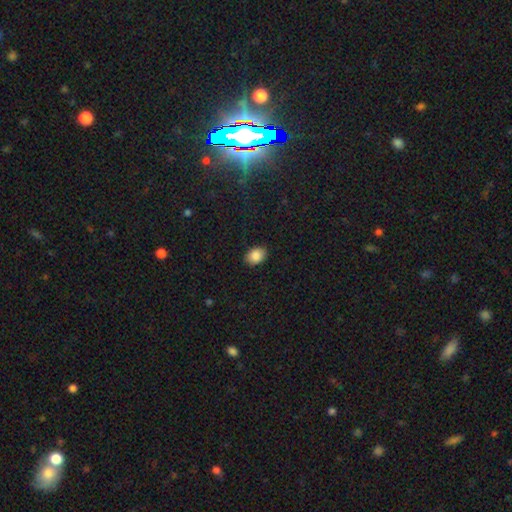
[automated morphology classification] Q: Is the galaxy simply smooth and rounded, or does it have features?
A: smooth — 88%.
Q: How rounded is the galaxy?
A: in between — 80%.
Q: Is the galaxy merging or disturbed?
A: none — 88%.